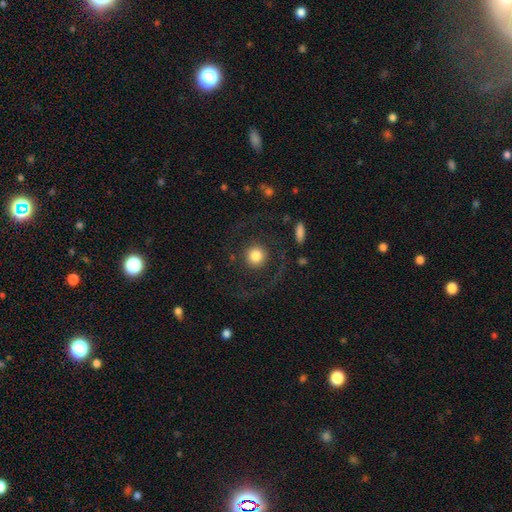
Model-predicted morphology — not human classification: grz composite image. It shows a smooth galaxy with no disk features (71%) that is round (93%). Merging: none (74%).